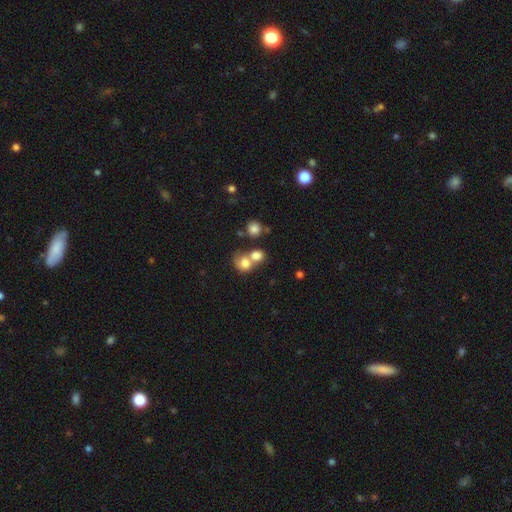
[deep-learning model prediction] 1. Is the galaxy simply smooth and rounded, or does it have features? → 76% smooth, 13% featured or disk, 11% star or artifact.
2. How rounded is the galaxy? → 70% round, 29% in between, 1% cigar-shaped.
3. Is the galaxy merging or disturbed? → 58% merger, 31% none, 7% minor disturbance, 4% major disturbance.